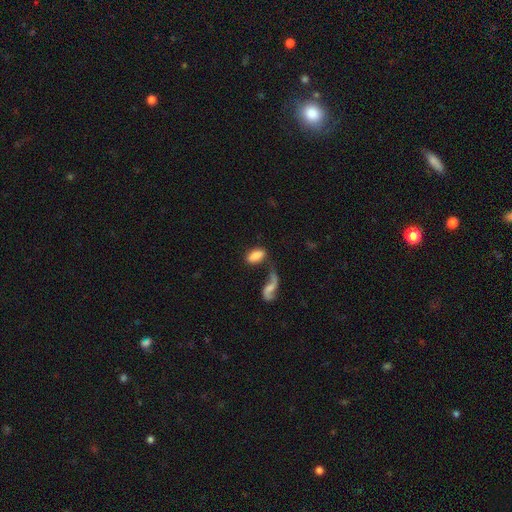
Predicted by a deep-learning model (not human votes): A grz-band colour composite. It shows a smooth galaxy with no disk features (76%) that is in between round and cigar-shaped (90%). Merging: none (38%).